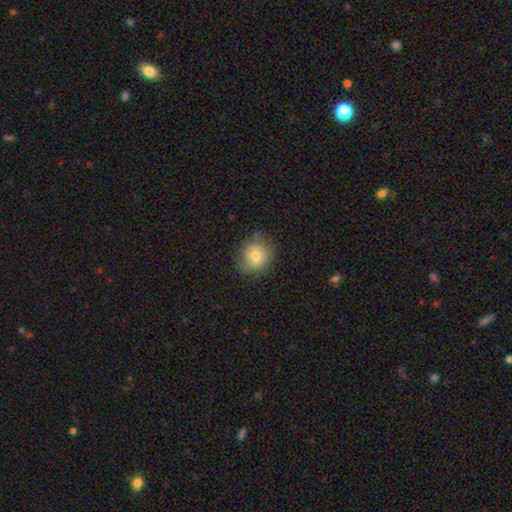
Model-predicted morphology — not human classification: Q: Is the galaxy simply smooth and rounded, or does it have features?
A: smooth — 71%.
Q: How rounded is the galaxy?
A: round — 82%.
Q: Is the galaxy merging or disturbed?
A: none — 71%.